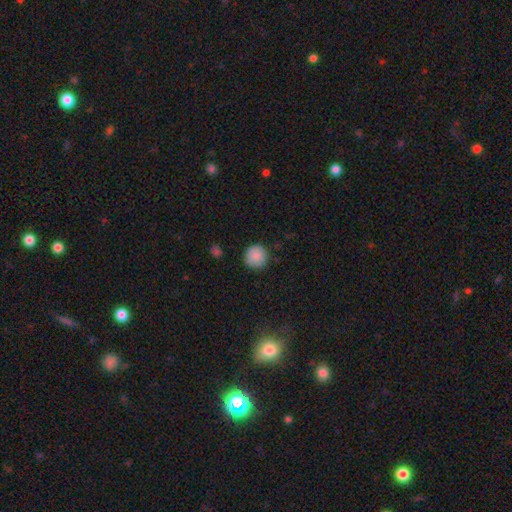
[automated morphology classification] smooth-or-featured: smooth: 87% | star or artifact: 9% | featured or disk: 4%
  how-rounded: round: 94% | in between: 5% | cigar-shaped: 1%
  merging: none: 88% | minor disturbance: 9% | major disturbance: 2% | merger: 1%